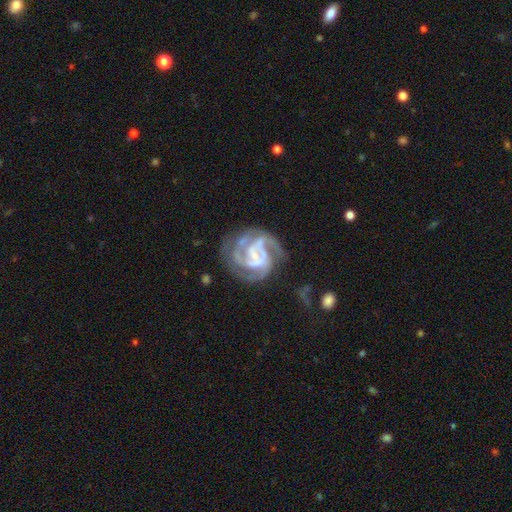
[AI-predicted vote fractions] This is clearly a featured or disk galaxy (89%). It is clearly not viewed edge-on (98%). Bar: marginally weak (41%). Spiral arm pattern: clearly yes (96%). Spiral arm count: marginally 3 (41%). Spiral winding: possibly tight (53%). Central bulge: possibly small (51%). Merging: likely none (61%).